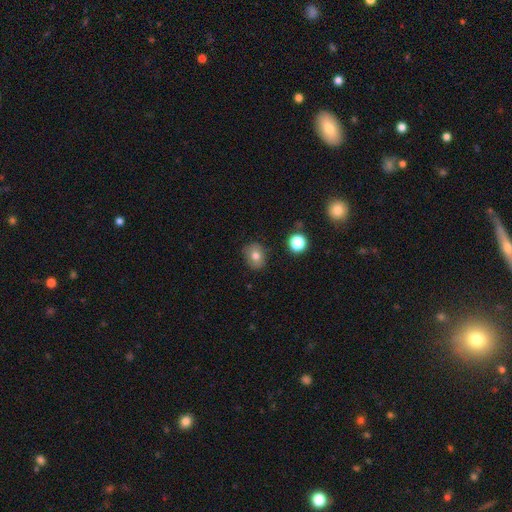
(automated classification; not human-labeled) smooth_or_featured: smooth (p=0.76) [alt: featured or disk p=0.13]
how_rounded: round (p=0.60) [alt: in between p=0.39]
merging: none (p=0.83) [alt: minor disturbance p=0.12]